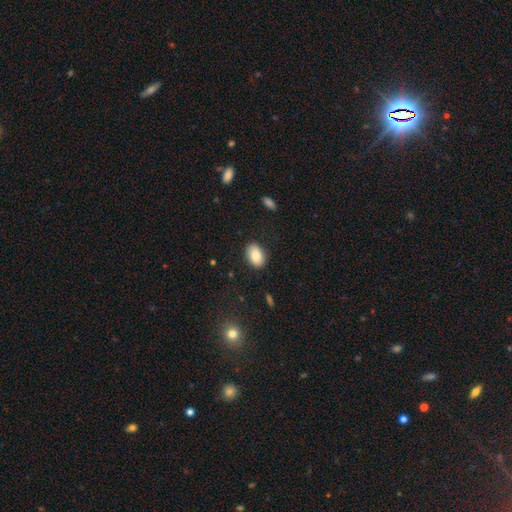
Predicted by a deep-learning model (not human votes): Smooth or featured?
  - smooth: 86% *
  - star or artifact: 7%
  - featured or disk: 6%
How rounded?
  - in between: 88% *
  - round: 11%
  - cigar-shaped: 1%
Merging?
  - none: 87% *
  - minor disturbance: 10%
  - major disturbance: 3%
  - merger: 1%